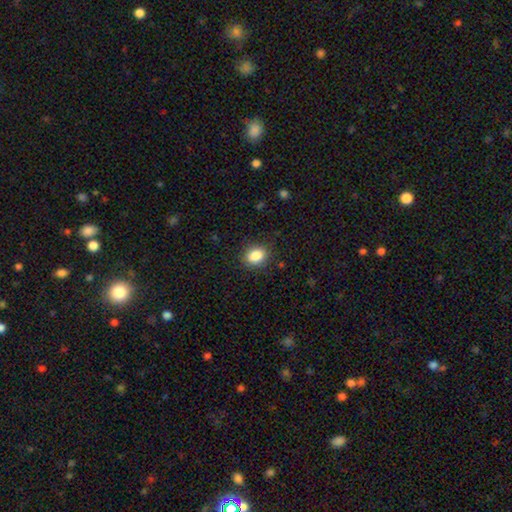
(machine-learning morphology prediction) This is clearly a smooth galaxy (86%). How rounded: possibly in between (59%). Merging: clearly none (87%).